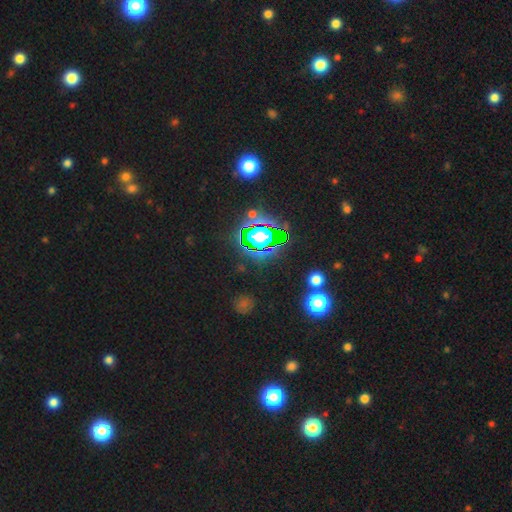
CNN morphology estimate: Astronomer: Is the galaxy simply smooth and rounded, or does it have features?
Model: star or artifact — 81%.